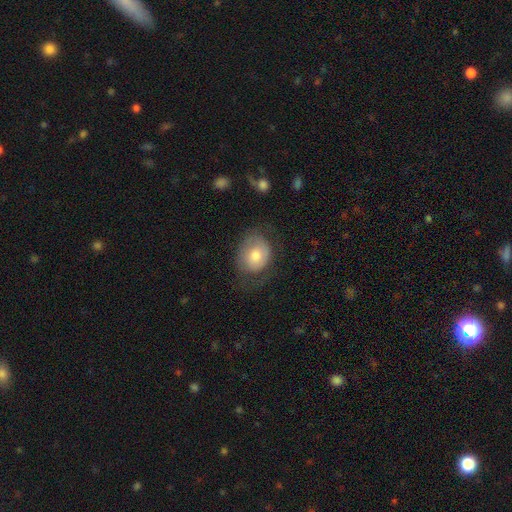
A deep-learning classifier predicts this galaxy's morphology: type=smooth (61%); roundness=in between (51%); merging=none (54%).